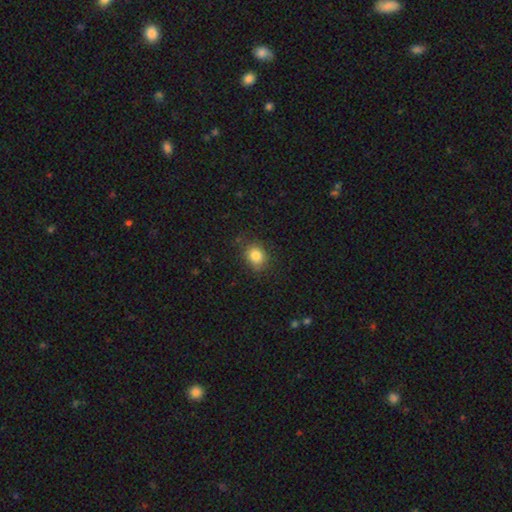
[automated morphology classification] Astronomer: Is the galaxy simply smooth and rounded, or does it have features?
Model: smooth — 83%.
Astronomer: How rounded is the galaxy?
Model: round — 61% (runner-up: in between, 38%).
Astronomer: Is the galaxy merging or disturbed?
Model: none — 81%.